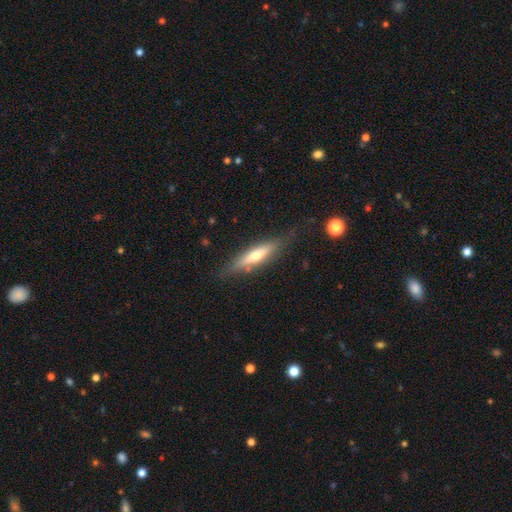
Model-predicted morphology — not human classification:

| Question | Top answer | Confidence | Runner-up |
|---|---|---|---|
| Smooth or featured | featured or disk | 48% | smooth (46%) |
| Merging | none | 76% | minor disturbance (17%) |